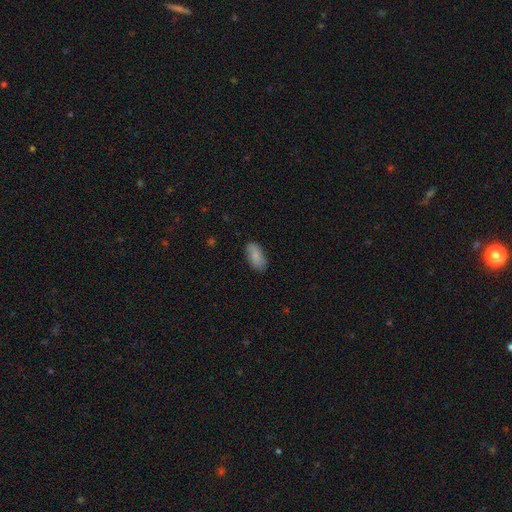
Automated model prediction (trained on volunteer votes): Smooth or featured: smooth — 81% (featured or disk — 12%)
How rounded: in between — 93% (cigar-shaped — 4%)
Merging: none — 78% (minor disturbance — 17%)